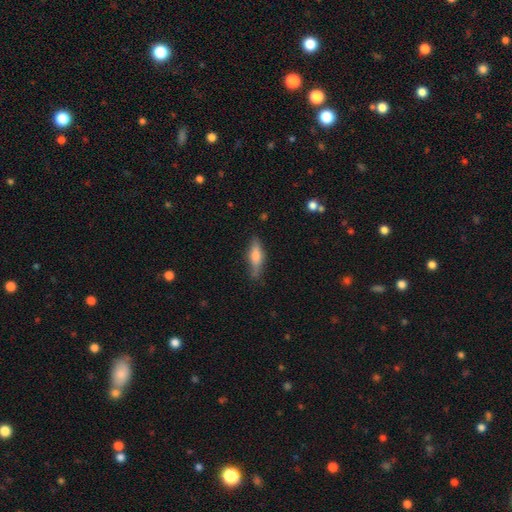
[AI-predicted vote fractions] Smooth or featured? smooth (56%)
How rounded? cigar-shaped (57%)
Merging? none (76%)